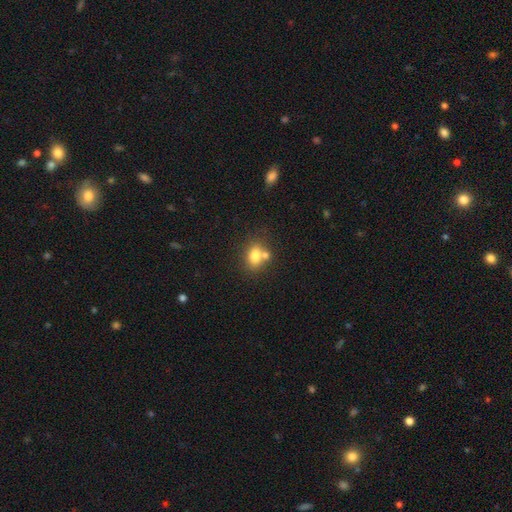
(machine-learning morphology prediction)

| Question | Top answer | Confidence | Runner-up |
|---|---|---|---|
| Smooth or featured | smooth | 78% | featured or disk (12%) |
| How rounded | in between | 62% | round (36%) |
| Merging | none | 50% | merger (35%) |